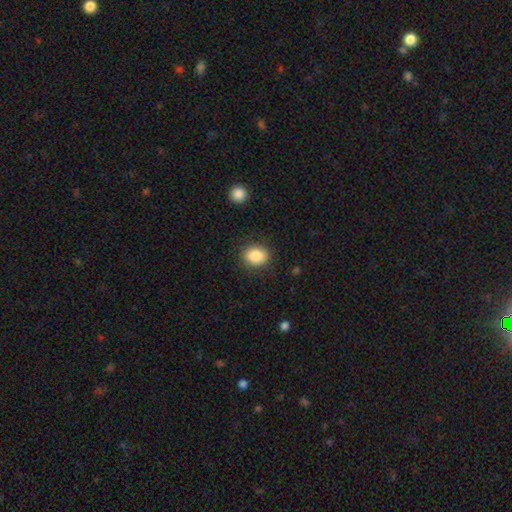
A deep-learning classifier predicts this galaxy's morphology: Smooth or featured? Predicted: smooth (p=0.87). How rounded? Predicted: round (p=0.54). Merging? Predicted: none (p=0.87).